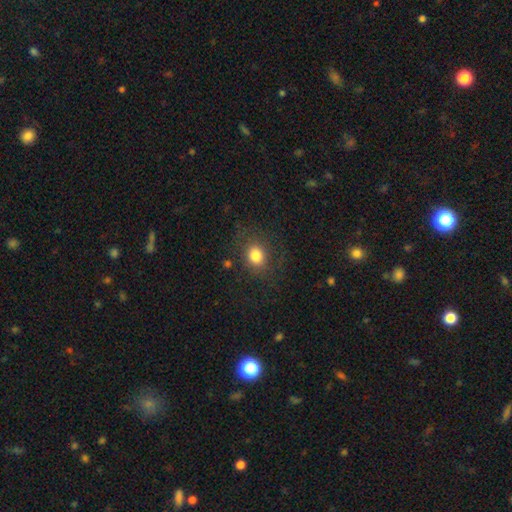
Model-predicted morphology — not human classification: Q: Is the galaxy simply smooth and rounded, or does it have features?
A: smooth — 81%.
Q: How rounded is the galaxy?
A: round — 66%.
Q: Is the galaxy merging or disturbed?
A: none — 78%.